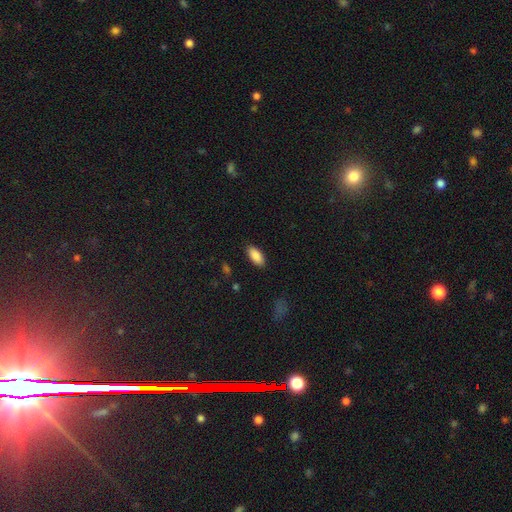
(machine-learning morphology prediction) type=smooth (89%); roundness=in between (90%); merging=none (87%).